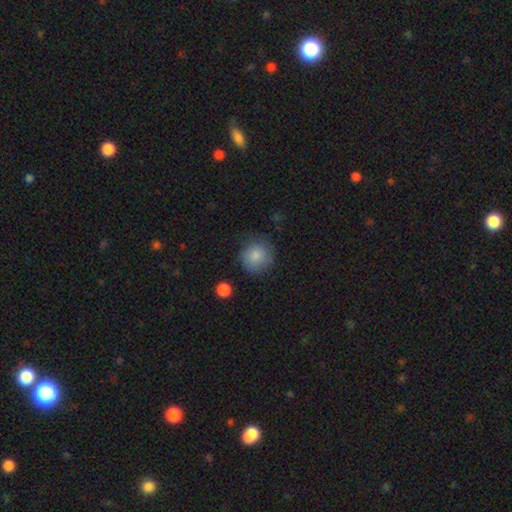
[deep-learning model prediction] Q: Smooth or featured?
A: smooth (85%); runner-up: star or artifact (8%)
Q: How rounded?
A: round (88%); runner-up: in between (11%)
Q: Merging?
A: none (77%); runner-up: minor disturbance (16%)